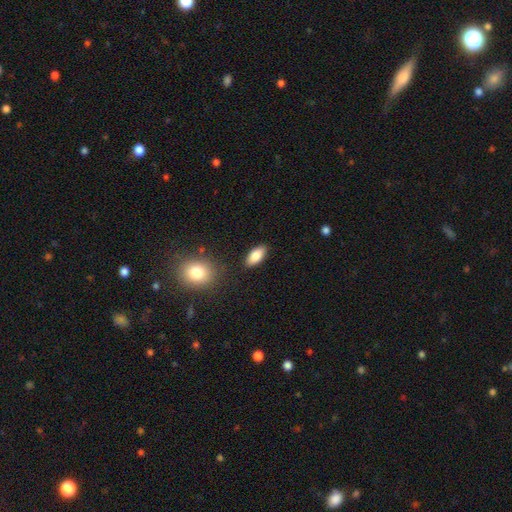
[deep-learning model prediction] Smooth or featured?
  - smooth: 86% *
  - featured or disk: 8%
  - star or artifact: 7%
How rounded?
  - in between: 89% *
  - cigar-shaped: 8%
  - round: 3%
Merging?
  - none: 86% *
  - minor disturbance: 9%
  - major disturbance: 3%
  - merger: 2%